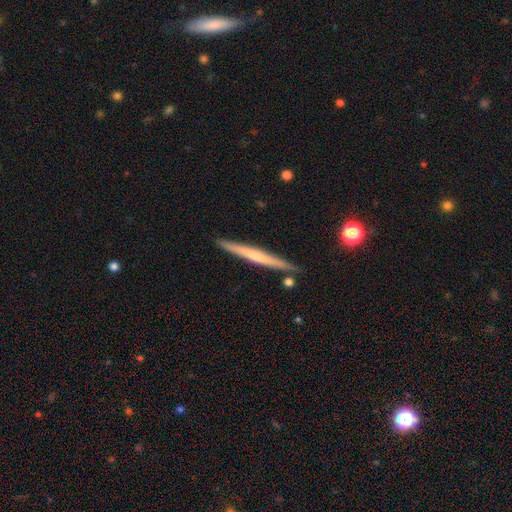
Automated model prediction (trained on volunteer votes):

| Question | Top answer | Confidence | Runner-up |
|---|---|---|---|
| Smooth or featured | featured or disk | 55% | smooth (39%) |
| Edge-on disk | yes | 97% | no (3%) |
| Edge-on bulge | none | 57% | rounded (36%) |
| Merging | none | 88% | minor disturbance (8%) |